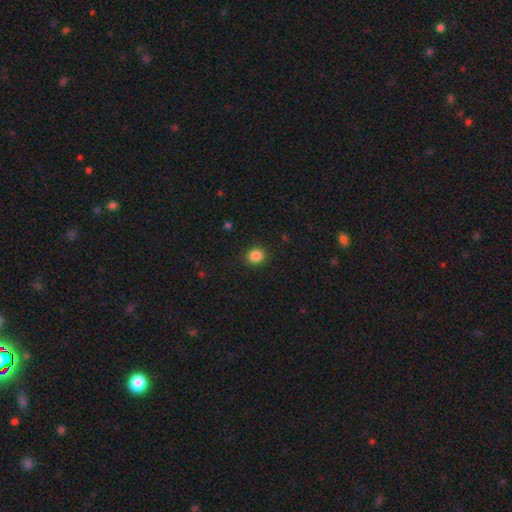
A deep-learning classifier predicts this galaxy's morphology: smooth_or_featured: smooth (p=0.86) [alt: star or artifact p=0.10]
how_rounded: round (p=0.73) [alt: in between p=0.26]
merging: none (p=0.90) [alt: minor disturbance p=0.07]